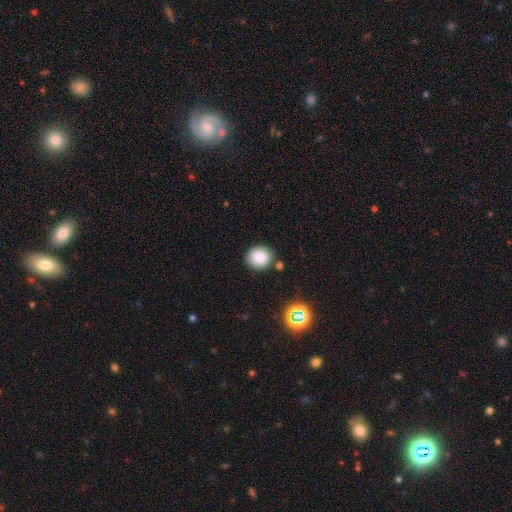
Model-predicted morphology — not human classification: A smooth galaxy with no disk features (81%) that is round (80%). Merging: none (86%).